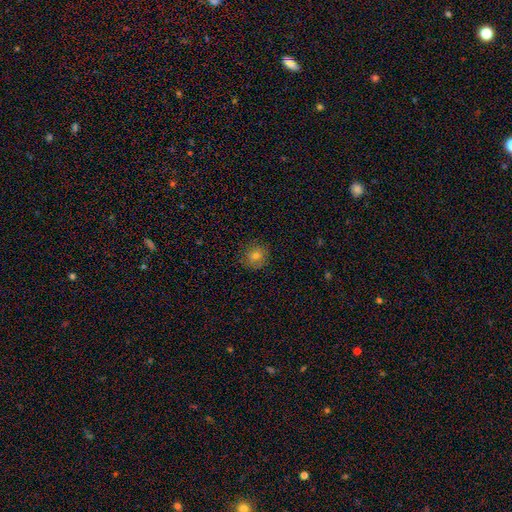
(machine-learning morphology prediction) Smooth or featured? smooth (74%)
How rounded? round (87%)
Merging? none (86%)